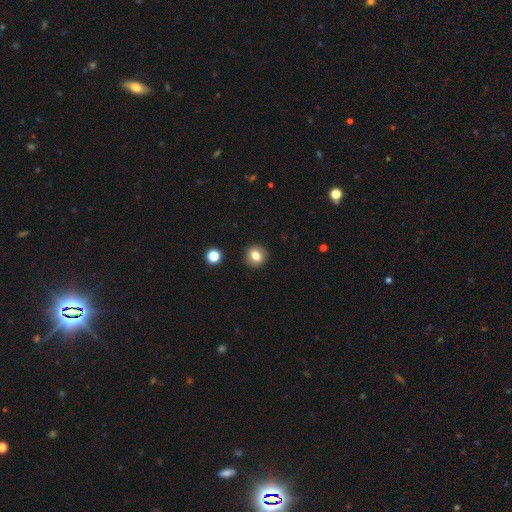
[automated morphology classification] Overall: smooth (79%). How rounded: round (81%). Merging: none (91%).